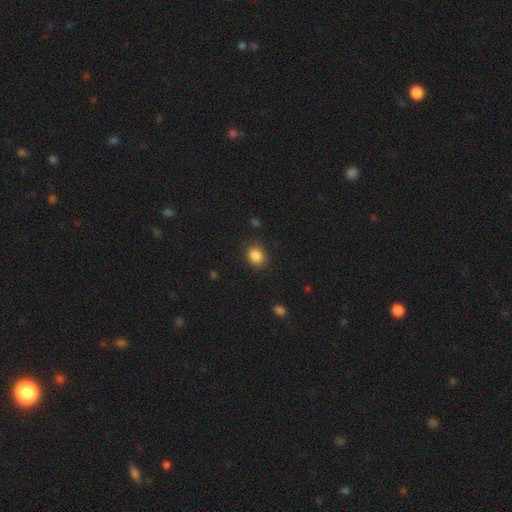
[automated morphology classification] This is clearly a smooth galaxy (86%). How rounded: likely round (63%). Merging: clearly none (85%).